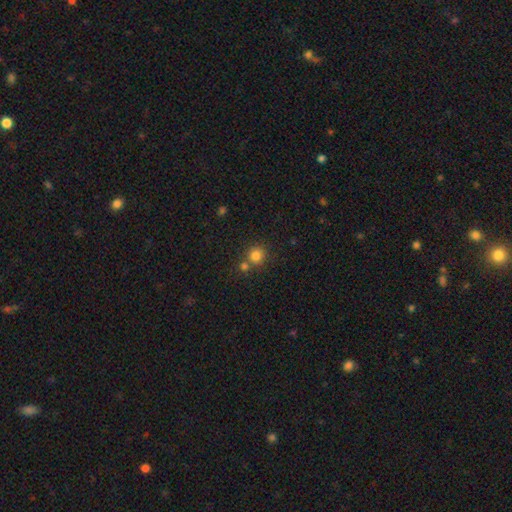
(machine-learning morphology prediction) Smooth or featured?
  - smooth: 81% *
  - star or artifact: 13%
  - featured or disk: 6%
How rounded?
  - round: 91% *
  - in between: 8%
  - cigar-shaped: 1%
Merging?
  - none: 66% *
  - merger: 23%
  - minor disturbance: 8%
  - major disturbance: 3%